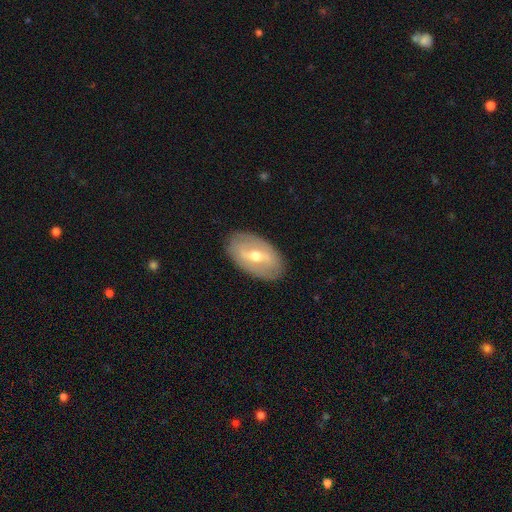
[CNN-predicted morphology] featured or disk 64%, smooth 30%, star or artifact 6%. Down the decision tree: edge-on disk — no (89%); bar — strong (47%); spiral arms — no (63%); bulge size — moderate (69%); merging — none (86%).